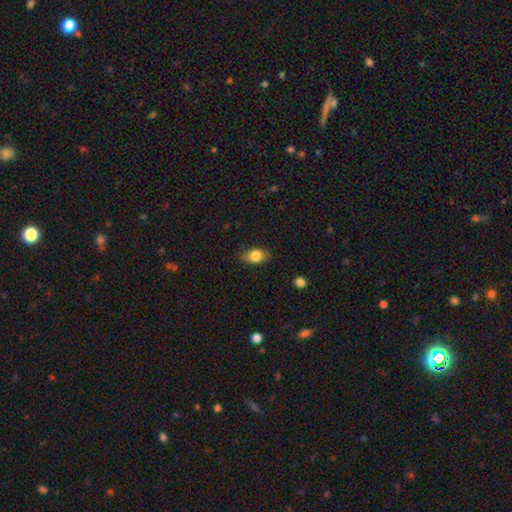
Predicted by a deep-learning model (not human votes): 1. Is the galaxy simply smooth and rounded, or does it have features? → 81% smooth, 11% featured or disk, 8% star or artifact.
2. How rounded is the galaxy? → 80% in between, 17% round, 3% cigar-shaped.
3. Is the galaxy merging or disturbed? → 80% none, 16% minor disturbance, 3% major disturbance, 1% merger.